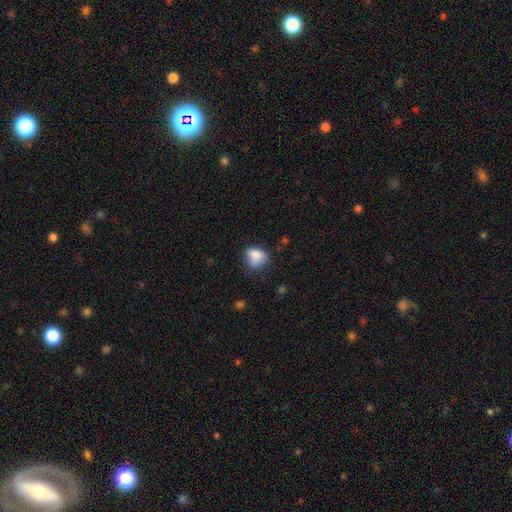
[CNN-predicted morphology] The model was most divided on "how rounded": round: 50%, in between: 49%, cigar-shaped: 1%. Remaining: smooth or featured — smooth (79%); merging — none (50%).